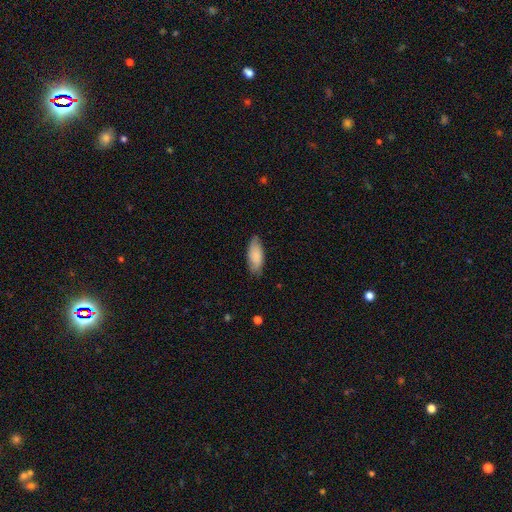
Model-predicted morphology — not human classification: Smooth or featured?
  - smooth: 81% *
  - featured or disk: 13%
  - star or artifact: 6%
How rounded?
  - in between: 84% *
  - cigar-shaped: 15%
  - round: 2%
Merging?
  - none: 78% *
  - minor disturbance: 18%
  - major disturbance: 3%
  - merger: 1%